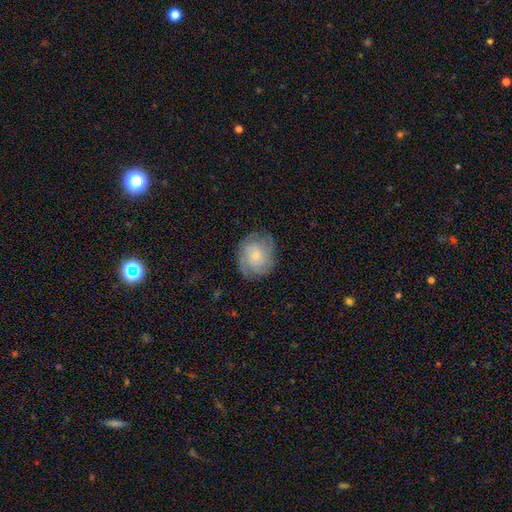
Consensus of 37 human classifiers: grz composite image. It shows a featured or disk galaxy (62%) with no bar (77%), 2 (26%, tied with 4 and can't tell) medium (58%) spiral arms (86%) and a small central bulge (86%). Merging: none (78%).